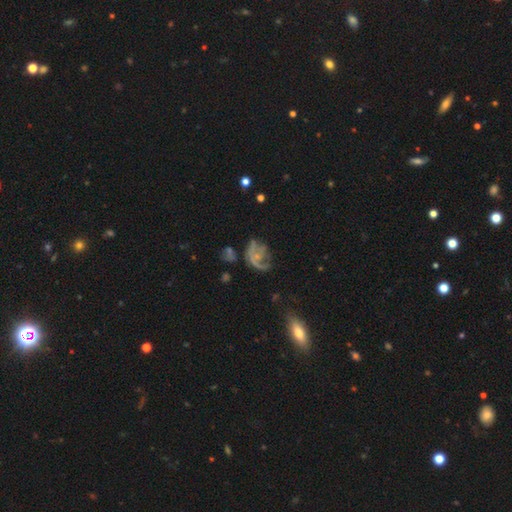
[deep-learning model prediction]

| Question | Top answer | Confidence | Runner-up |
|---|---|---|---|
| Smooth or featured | featured or disk | 64% | smooth (22%) |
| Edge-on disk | no | 97% | yes (3%) |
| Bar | no | 78% | weak (18%) |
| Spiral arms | yes | 71% | no (29%) |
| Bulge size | small | 62% | none (22%) |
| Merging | none | 36% | major disturbance (35%) |